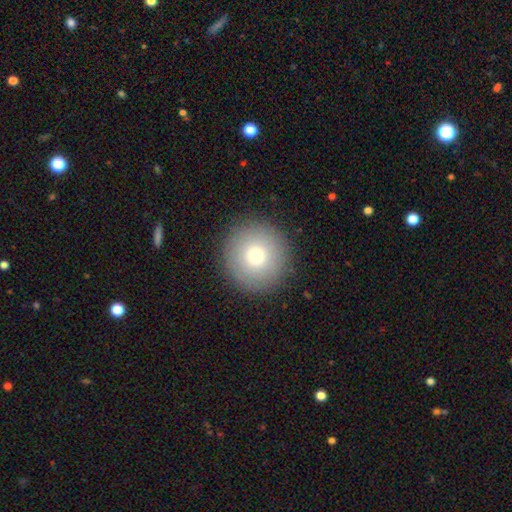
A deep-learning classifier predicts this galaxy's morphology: This is likely a smooth galaxy (76%). How rounded: clearly round (96%). Merging: clearly none (91%).